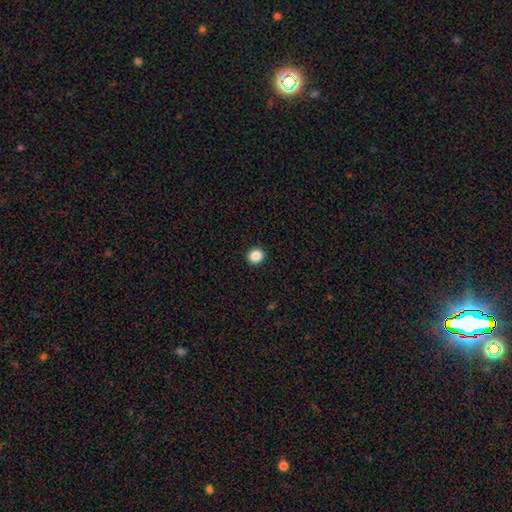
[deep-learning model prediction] Smooth or featured? smooth (87%)
How rounded? round (87%)
Merging? none (93%)